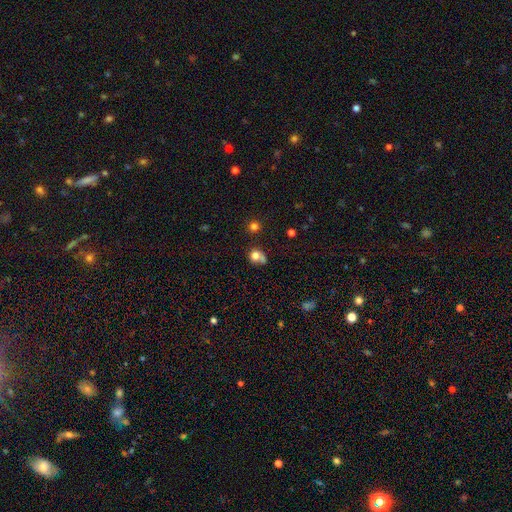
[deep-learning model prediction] smooth 76%, star or artifact 13%, featured or disk 12%. Down the decision tree: how rounded — round (76%); merging — none (44%).